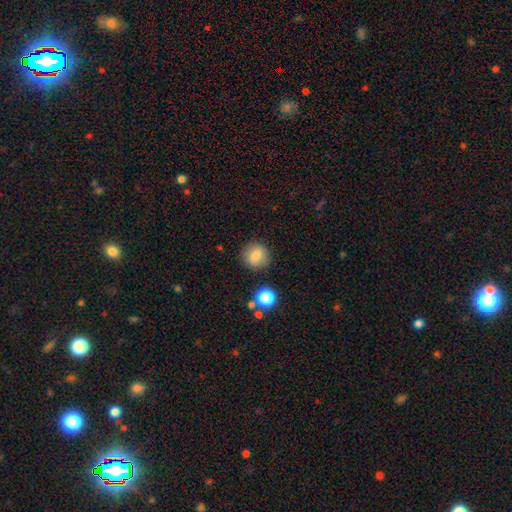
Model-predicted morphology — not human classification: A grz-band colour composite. It shows a smooth galaxy with no disk features (80%) that is round (90%). Merging: none (86%).